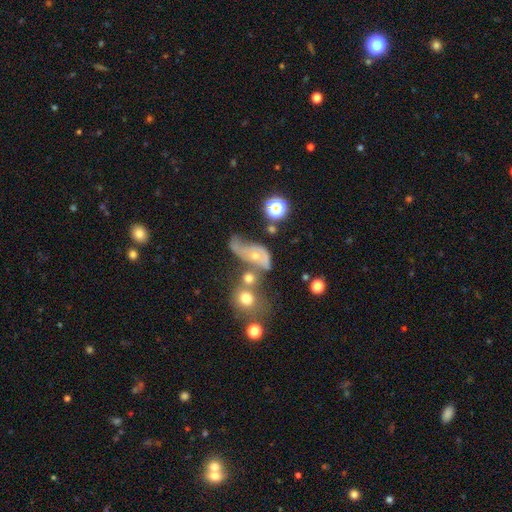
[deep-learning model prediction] This appears to be a featured or disk galaxy (64%) with no bar (74%), spiral arms (80%) and a small central bulge (62%). Merging: none (29%).